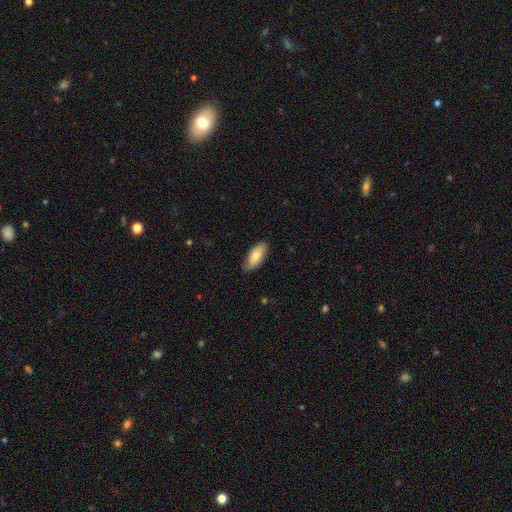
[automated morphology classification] Smooth or featured? Predicted: smooth (p=0.74). How rounded? Predicted: in between (p=0.86). Merging? Predicted: none (p=0.83).